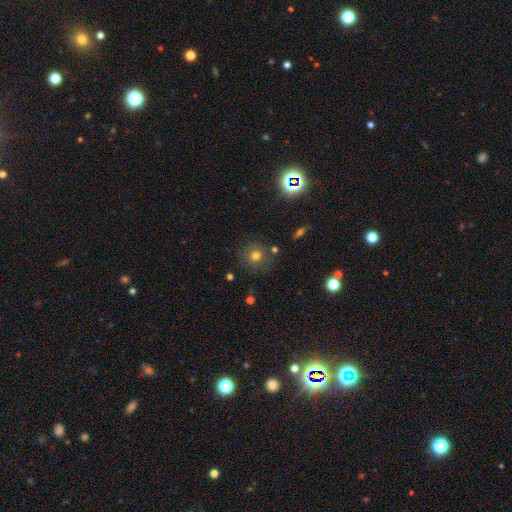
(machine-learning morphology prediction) Smooth or featured? smooth (69%)
How rounded? round (92%)
Merging? none (81%)